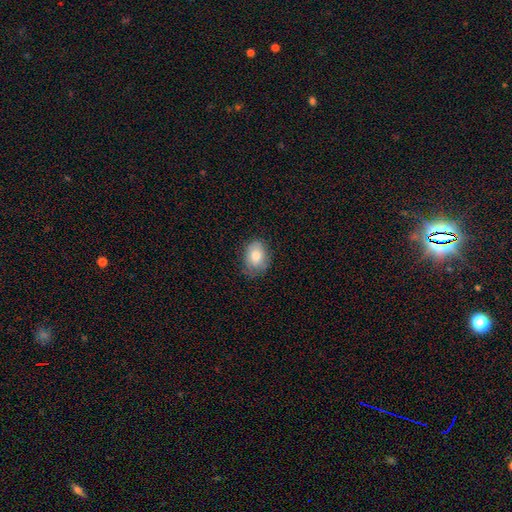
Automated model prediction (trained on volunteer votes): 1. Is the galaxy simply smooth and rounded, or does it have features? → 79% smooth, 14% featured or disk, 8% star or artifact.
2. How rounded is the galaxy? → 74% in between, 25% round, 1% cigar-shaped.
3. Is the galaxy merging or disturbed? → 71% none, 23% minor disturbance, 5% major disturbance, 1% merger.